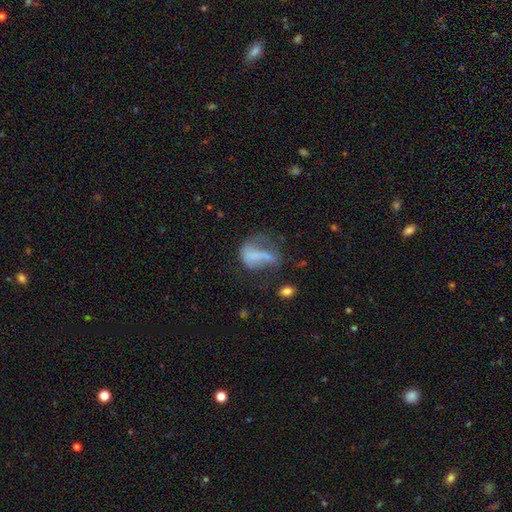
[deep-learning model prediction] This appears to be a smooth galaxy with no disk features (46%). Merging: major disturbance (48%).